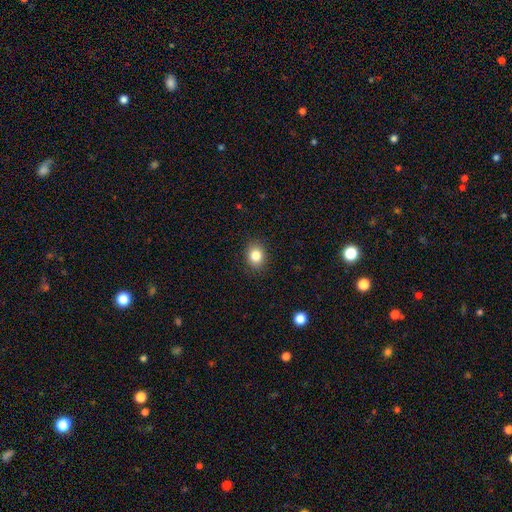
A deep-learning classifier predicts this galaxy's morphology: type=smooth (83%); roundness=round (53%); merging=none (89%).